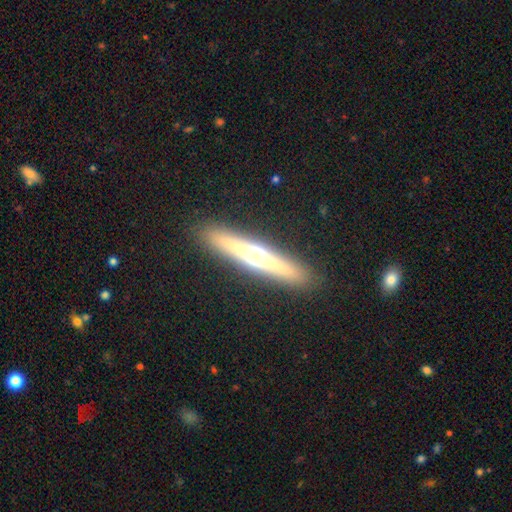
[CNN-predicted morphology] smooth-or-featured: featured or disk: 62% | smooth: 31% | star or artifact: 7%
  disk-edge-on: yes: 96% | no: 4%
    edge-on-bulge: rounded: 89% | none: 6% | boxy: 5%
  merging: none: 90% | minor disturbance: 7% | major disturbance: 2% | merger: 1%